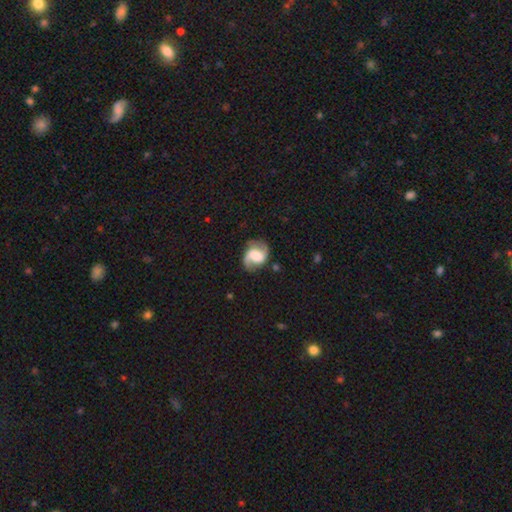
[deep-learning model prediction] Smooth or featured? featured or disk (81%)
Edge-on disk? no (98%)
Bar? weak (45%)
Spiral arms? yes (96%)
Spiral winding? medium (47%)
Spiral arm count? 2 (92%)
Bulge size? moderate (33%)
Merging? none (77%)